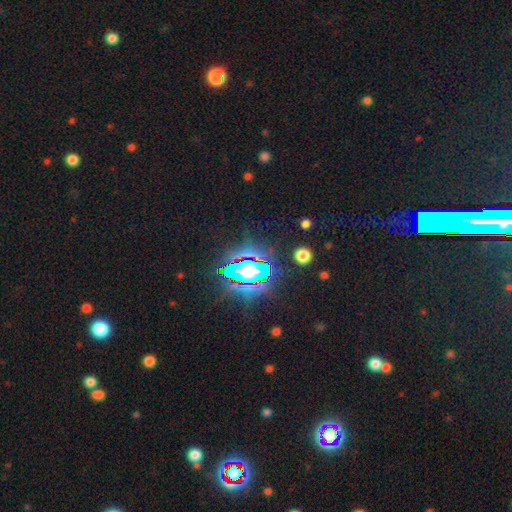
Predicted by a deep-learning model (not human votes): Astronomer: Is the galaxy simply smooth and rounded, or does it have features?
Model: star or artifact — 84%.